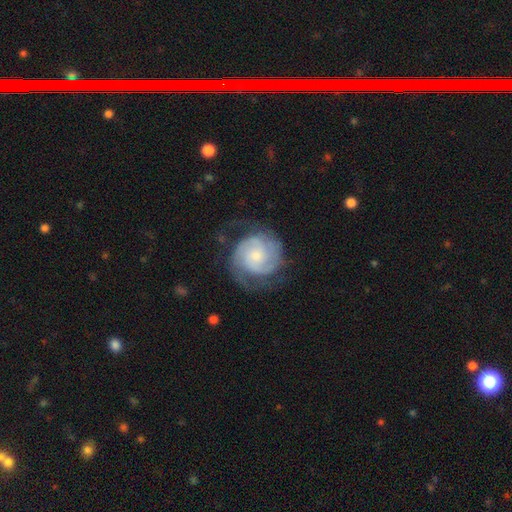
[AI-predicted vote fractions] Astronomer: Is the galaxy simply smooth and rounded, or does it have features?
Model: featured or disk — 83%.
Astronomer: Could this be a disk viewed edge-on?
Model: no — 98%.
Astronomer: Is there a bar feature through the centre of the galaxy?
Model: no — 66%.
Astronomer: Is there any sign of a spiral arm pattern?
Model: yes — 96%.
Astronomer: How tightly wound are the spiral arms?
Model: tight — 59%.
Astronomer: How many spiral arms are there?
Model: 2 — 61%.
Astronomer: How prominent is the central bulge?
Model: small — 55% (runner-up: moderate, 36%).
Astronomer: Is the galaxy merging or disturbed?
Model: none — 66%.